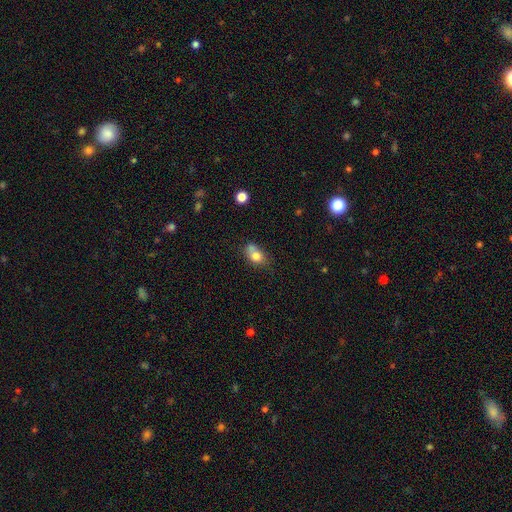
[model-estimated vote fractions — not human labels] The model was most divided on "merging": none: 41%, merger: 27%, minor disturbance: 23%, major disturbance: 9%. More confident: smooth or featured — smooth (76%); how rounded — in between (67%).